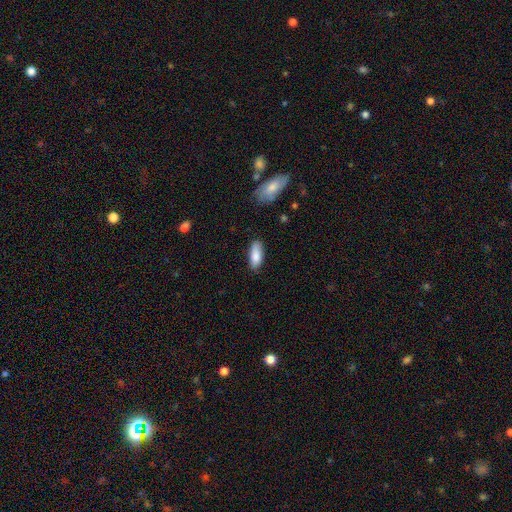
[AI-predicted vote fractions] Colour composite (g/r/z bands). It shows a smooth galaxy with no disk features (85%) that is in between round and cigar-shaped (77%). Merging: none (80%).